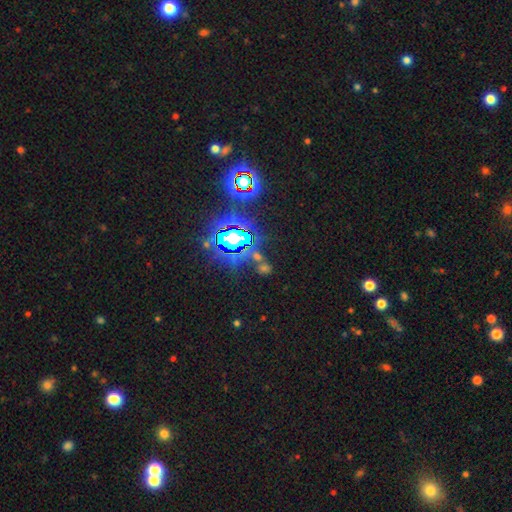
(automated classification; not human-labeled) Smooth or featured: star or artifact — 75% (smooth — 15%)